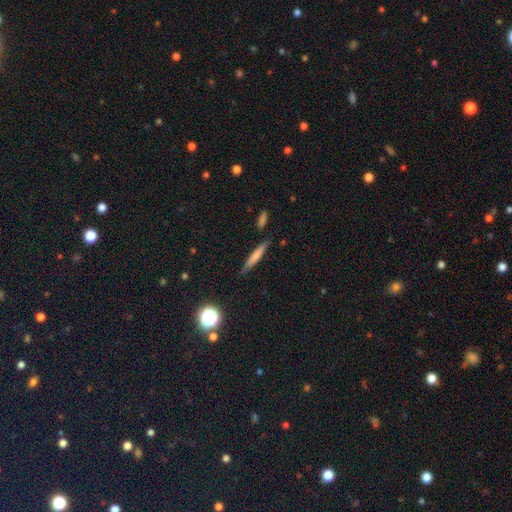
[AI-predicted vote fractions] This appears to be a smooth galaxy with no disk features (61%) that is cigar-shaped (92%). Merging: none (82%).